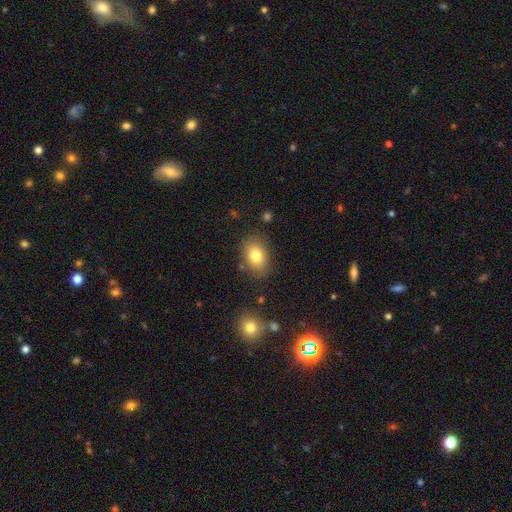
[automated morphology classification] A smooth galaxy with no disk features (80%) that is in between round and cigar-shaped (79%).

Vote fractions:
- Smooth or featured? smooth: 80% / featured or disk: 11% / star or artifact: 9%
- How rounded? in between: 79% / round: 20% / cigar-shaped: 1%
- Merging? none: 82% / minor disturbance: 12% / major disturbance: 3% / merger: 3%